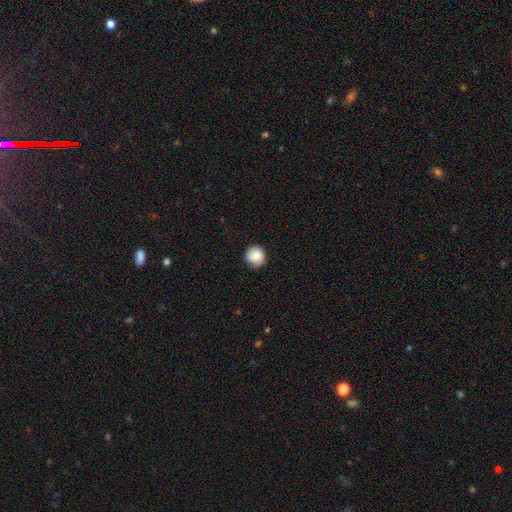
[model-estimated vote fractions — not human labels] Q: Smooth or featured?
A: smooth (85%); runner-up: star or artifact (8%)
Q: How rounded?
A: round (91%); runner-up: in between (8%)
Q: Merging?
A: none (85%); runner-up: minor disturbance (12%)